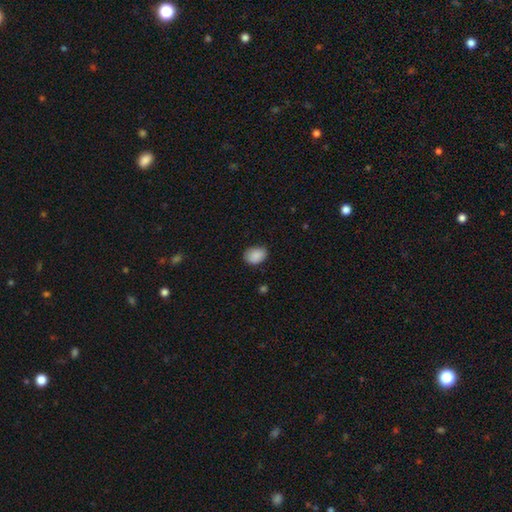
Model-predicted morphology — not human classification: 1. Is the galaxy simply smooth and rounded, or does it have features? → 89% smooth, 7% star or artifact, 4% featured or disk.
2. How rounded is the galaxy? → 72% in between, 27% round, 1% cigar-shaped.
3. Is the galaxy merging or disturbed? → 78% none, 18% minor disturbance, 3% major disturbance, 1% merger.